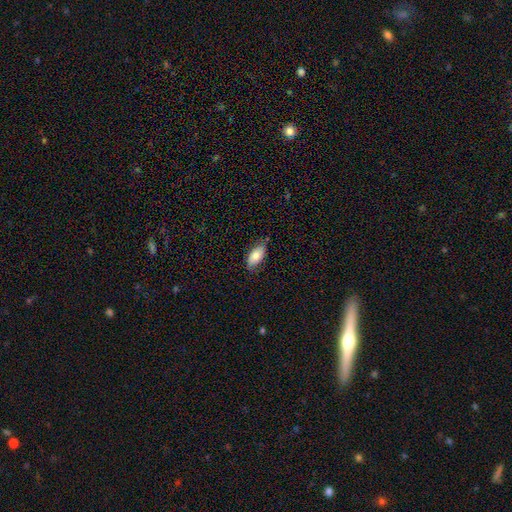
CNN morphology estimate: smooth 78%, featured or disk 15%, star or artifact 7%. Down the decision tree: how rounded — in between (91%); merging — none (74%).